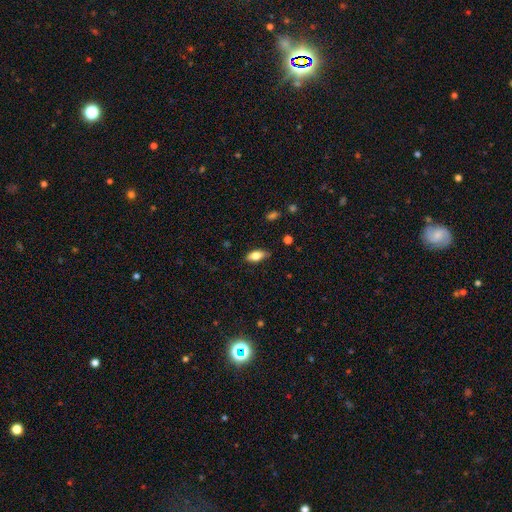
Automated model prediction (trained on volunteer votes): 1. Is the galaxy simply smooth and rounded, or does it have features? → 73% smooth, 20% featured or disk, 7% star or artifact.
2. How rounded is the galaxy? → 84% in between, 13% cigar-shaped, 3% round.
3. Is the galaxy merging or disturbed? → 83% none, 13% minor disturbance, 3% major disturbance, 1% merger.